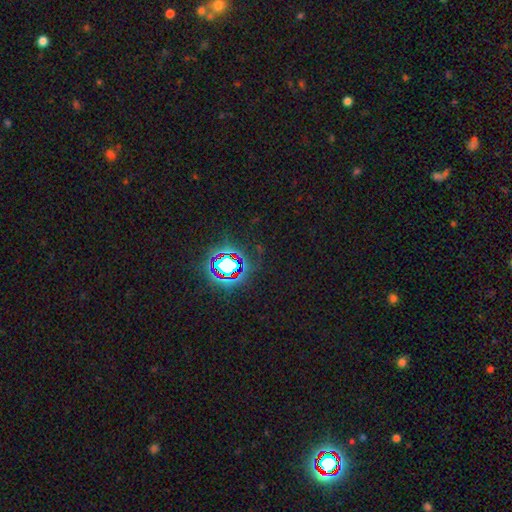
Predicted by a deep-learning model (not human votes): Smooth or featured: star or artifact — 81% (smooth — 11%)